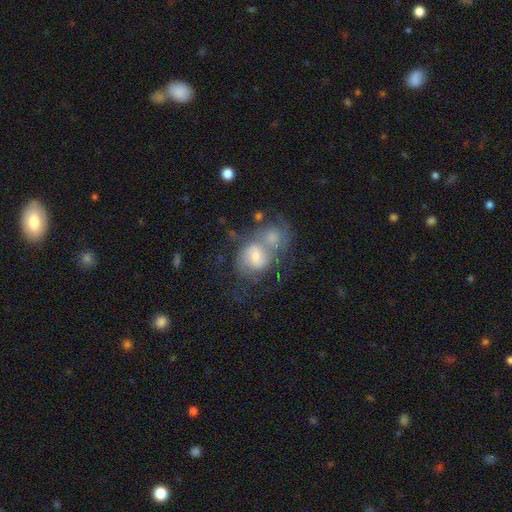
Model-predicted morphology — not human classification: featured or disk 51%, smooth 40%, star or artifact 9%. Down the decision tree: edge-on disk — no (97%); merging — merger (62%).